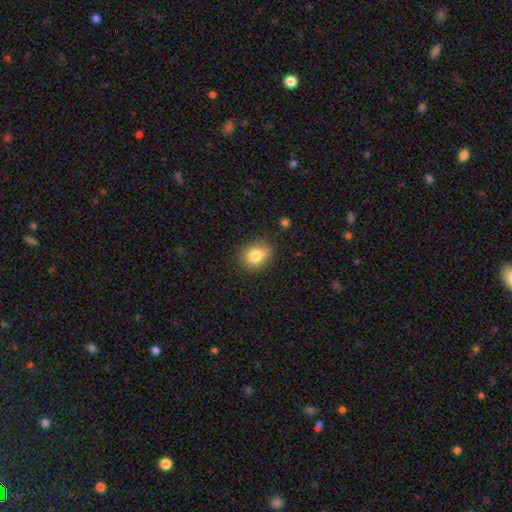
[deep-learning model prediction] Smooth or featured? smooth (82%)
How rounded? round (52%)
Merging? none (79%)